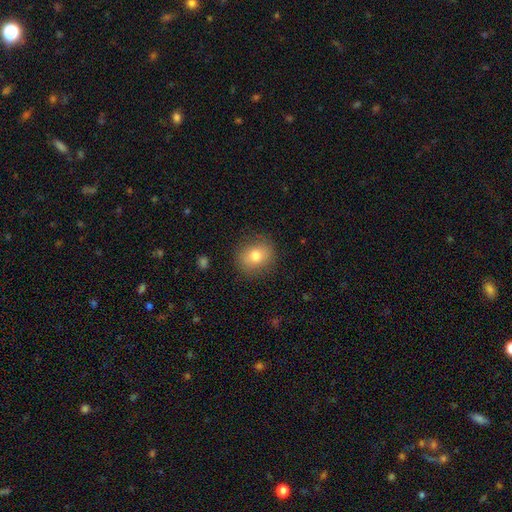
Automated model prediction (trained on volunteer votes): Overall: smooth (77%). How rounded: round (71%). Merging: none (84%).